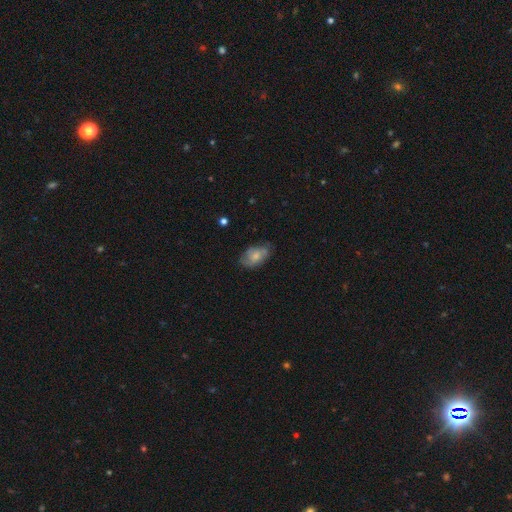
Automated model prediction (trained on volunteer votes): A smooth galaxy with no disk features (63%) that is in between round and cigar-shaped (90%).

Vote fractions:
- Smooth or featured? smooth: 63% / featured or disk: 29% / star or artifact: 8%
- How rounded? in between: 90% / round: 8% / cigar-shaped: 2%
- Merging? none: 60% / minor disturbance: 29% / major disturbance: 9% / merger: 2%